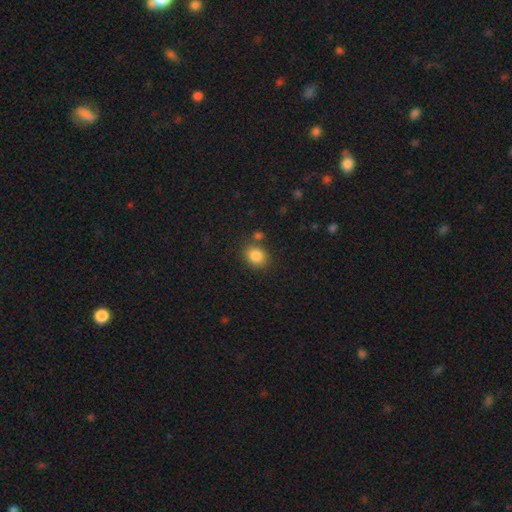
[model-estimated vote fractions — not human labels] Smooth or featured? Predicted: smooth (p=0.85). How rounded? Predicted: round (p=0.60). Merging? Predicted: none (p=0.76).